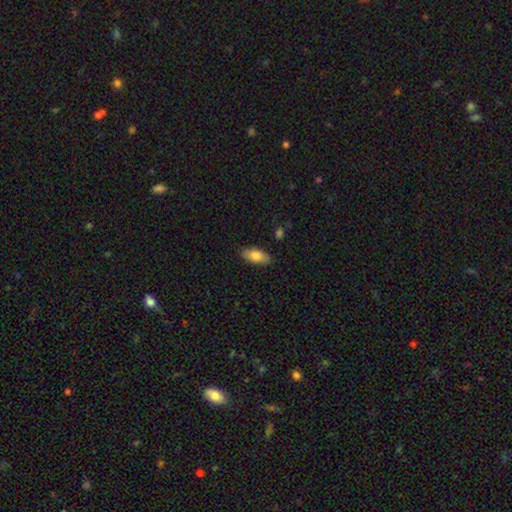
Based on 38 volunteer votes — Smooth or featured: smooth — 97% (featured or disk — 3%)
How rounded: in between — 89% (cigar-shaped — 8%)
Merging: none — 87% (minor disturbance — 11%)